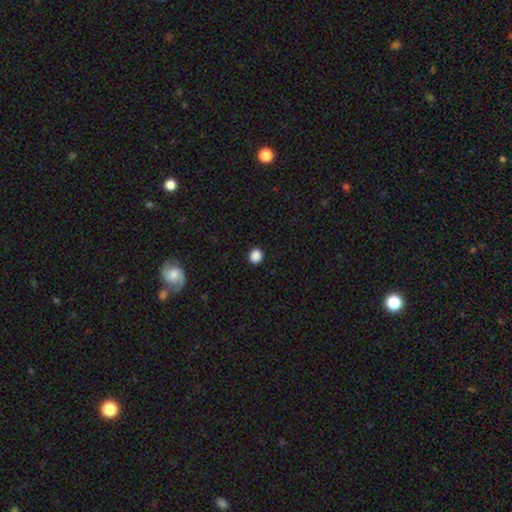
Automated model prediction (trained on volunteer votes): Smooth or featured: smooth — 88% (star or artifact — 10%)
How rounded: round — 89% (in between — 10%)
Merging: none — 93% (minor disturbance — 5%)